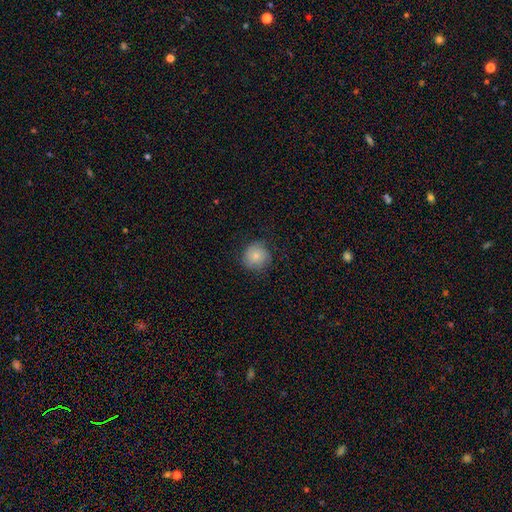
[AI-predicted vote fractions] The model was most divided on "merging": none: 74%, minor disturbance: 19%, major disturbance: 5%, merger: 1%. More confident: how rounded — round (90%); smooth or featured — smooth (76%).